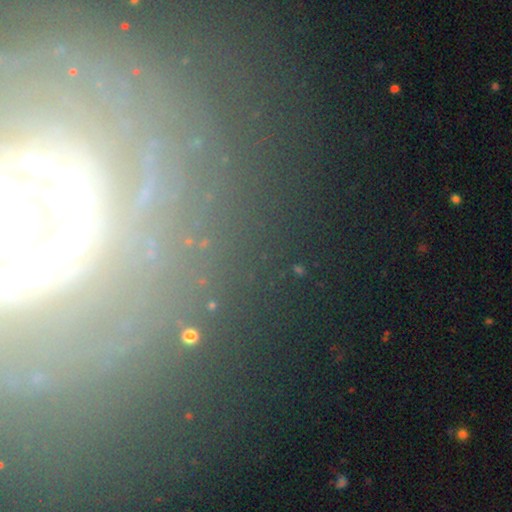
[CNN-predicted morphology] Smooth or featured? Predicted: featured or disk (p=0.56). Edge-on disk? Predicted: no (p=0.80). Merging? Predicted: none (p=0.80).